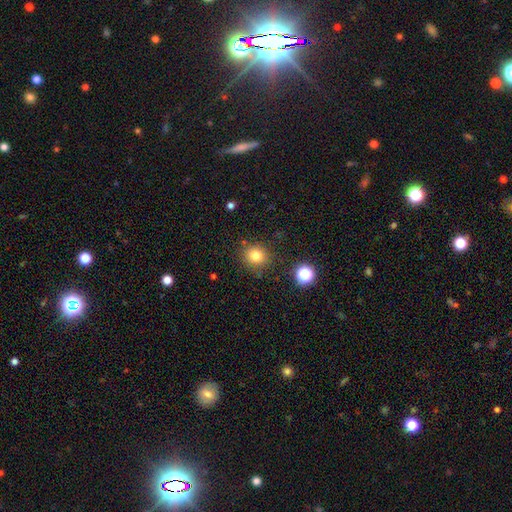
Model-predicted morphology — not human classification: Smooth or featured: smooth — 79% (star or artifact — 14%)
How rounded: round — 83% (in between — 16%)
Merging: none — 83% (minor disturbance — 10%)